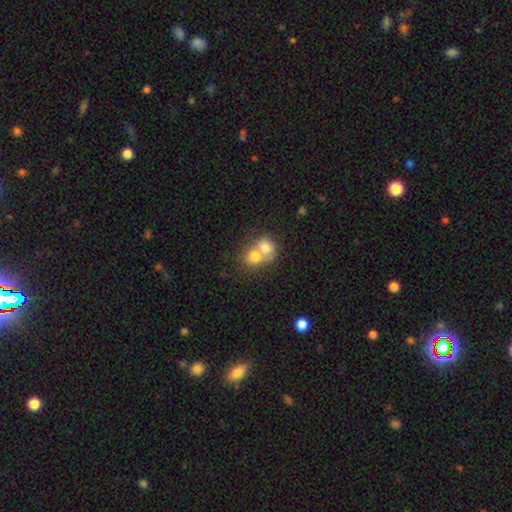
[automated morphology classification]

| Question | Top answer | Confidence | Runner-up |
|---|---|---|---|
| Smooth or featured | smooth | 71% | featured or disk (20%) |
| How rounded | round | 69% | in between (30%) |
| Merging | merger | 73% | none (20%) |